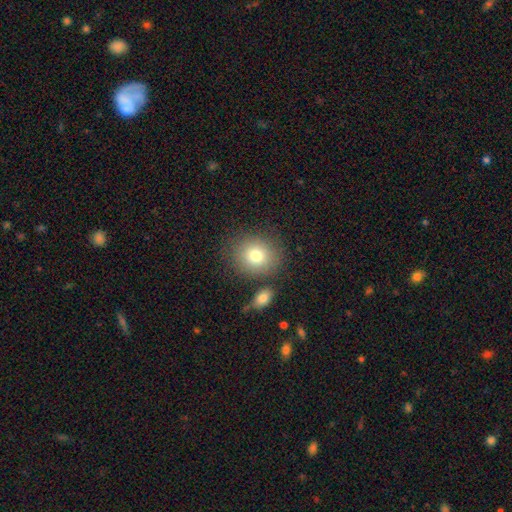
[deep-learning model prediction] smooth_or_featured: smooth (p=0.78) [alt: featured or disk p=0.11]
how_rounded: round (p=0.78) [alt: in between p=0.21]
merging: none (p=0.76) [alt: minor disturbance p=0.11]